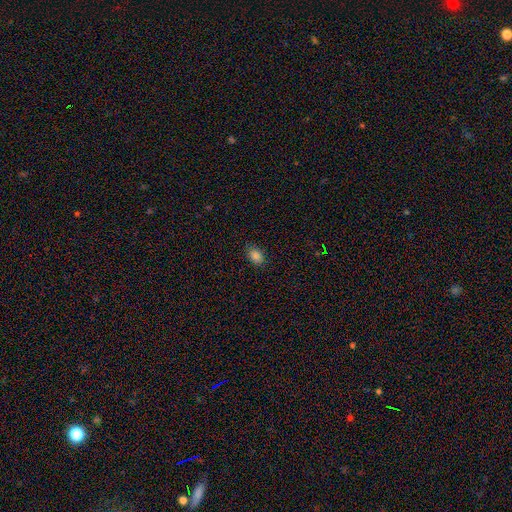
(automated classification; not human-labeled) The model was most divided on "how rounded": in between: 83%, round: 16%, cigar-shaped: 1%. More confident: merging — none (86%); smooth or featured — smooth (86%).